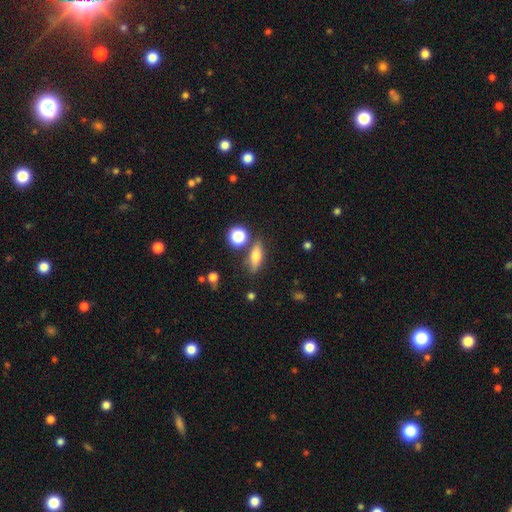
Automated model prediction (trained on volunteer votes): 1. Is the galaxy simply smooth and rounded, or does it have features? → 60% smooth, 29% featured or disk, 10% star or artifact.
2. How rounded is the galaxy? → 49% in between, 41% cigar-shaped, 10% round.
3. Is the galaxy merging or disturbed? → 77% none, 12% minor disturbance, 8% merger, 4% major disturbance.